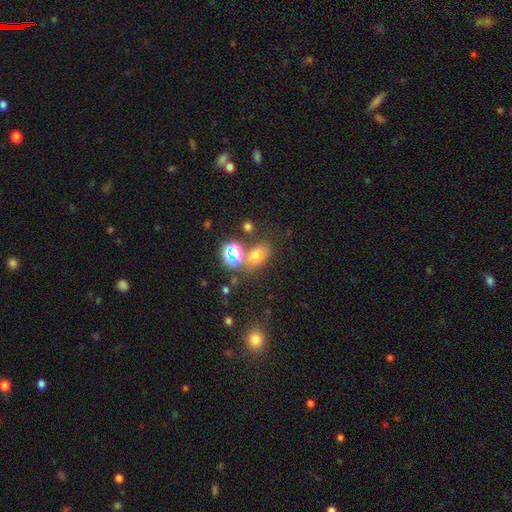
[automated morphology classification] Smooth or featured? smooth (63%)
How rounded? in between (64%)
Merging? none (64%)